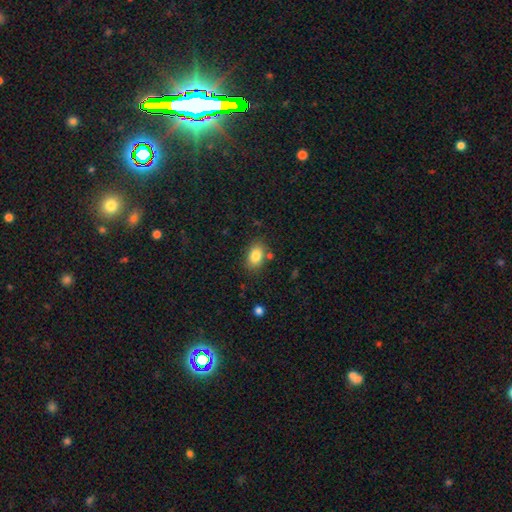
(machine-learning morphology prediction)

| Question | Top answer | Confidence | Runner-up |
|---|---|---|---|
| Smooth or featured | smooth | 84% | star or artifact (9%) |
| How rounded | in between | 84% | round (15%) |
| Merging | none | 78% | minor disturbance (13%) |